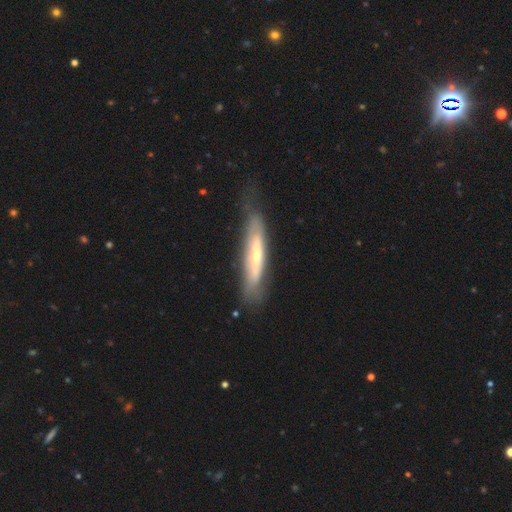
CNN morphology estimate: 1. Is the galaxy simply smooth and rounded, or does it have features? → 60% featured or disk, 34% smooth, 6% star or artifact.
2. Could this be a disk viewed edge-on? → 63% yes, 37% no.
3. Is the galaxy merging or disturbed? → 61% none, 26% minor disturbance, 11% major disturbance, 2% merger.